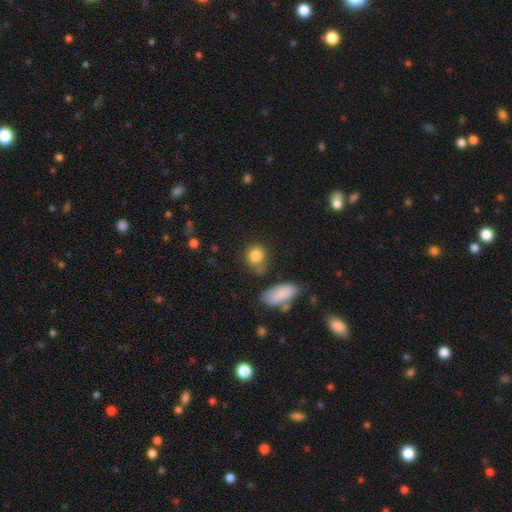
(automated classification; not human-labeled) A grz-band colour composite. It shows a smooth galaxy with no disk features (83%) that is round (61%). Merging: none (60%).